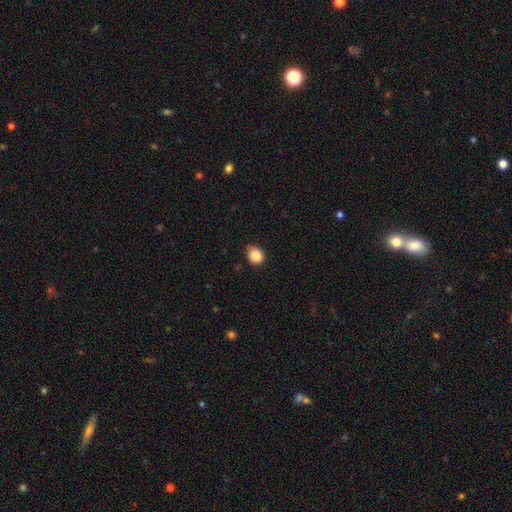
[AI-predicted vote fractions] smooth-or-featured: smooth: 88% | star or artifact: 9% | featured or disk: 3%
  how-rounded: round: 65% | in between: 34% | cigar-shaped: 1%
  merging: none: 70% | minor disturbance: 26% | major disturbance: 4% | merger: 1%